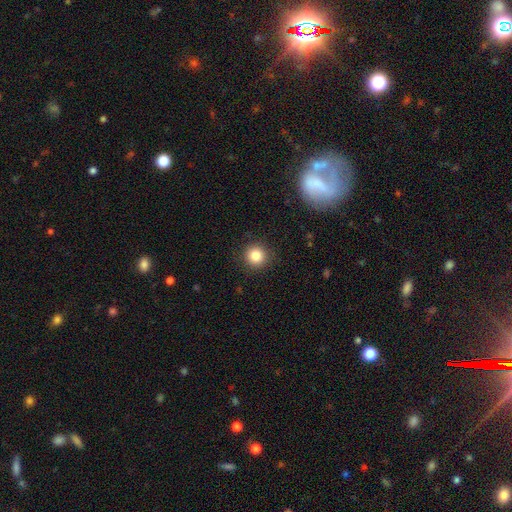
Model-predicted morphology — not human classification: The model was most divided on "smooth or featured": smooth: 84%, star or artifact: 11%, featured or disk: 5%. More confident: how rounded — round (94%); merging — none (91%).